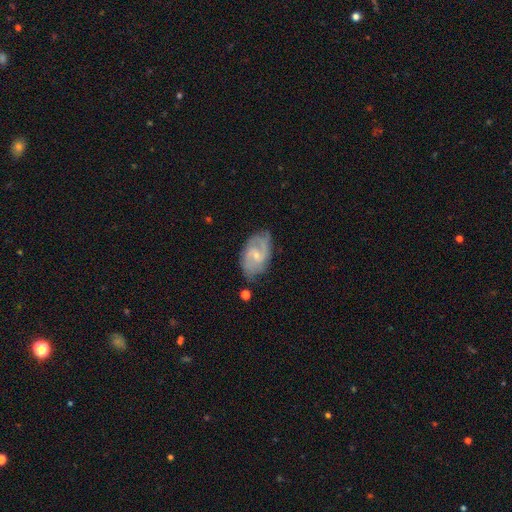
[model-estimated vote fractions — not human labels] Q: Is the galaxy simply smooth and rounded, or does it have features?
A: featured or disk — 80%.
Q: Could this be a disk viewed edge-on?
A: no — 97%.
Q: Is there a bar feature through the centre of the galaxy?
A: weak — 55%.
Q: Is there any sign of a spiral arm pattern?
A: yes — 93%.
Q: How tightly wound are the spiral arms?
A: medium — 51%.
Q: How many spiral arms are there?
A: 2 — 76%.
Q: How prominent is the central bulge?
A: small — 68%.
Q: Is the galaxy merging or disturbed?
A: none — 70%.